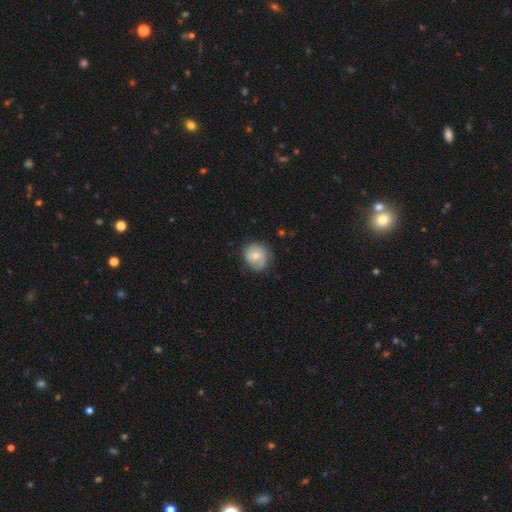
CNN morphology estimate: The model was most divided on "smooth or featured": smooth: 51%, featured or disk: 41%, star or artifact: 7%. More confident: how rounded — round (79%); merging — none (69%).